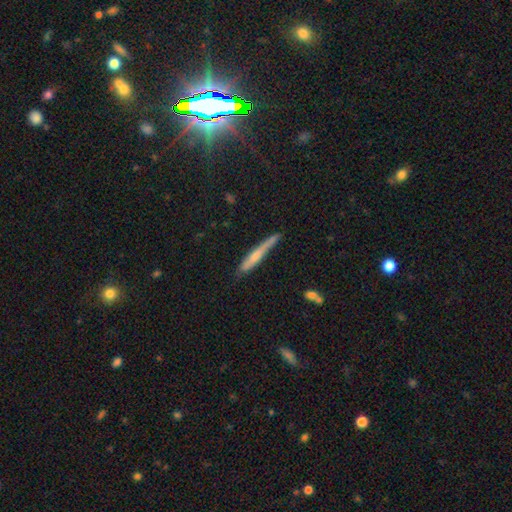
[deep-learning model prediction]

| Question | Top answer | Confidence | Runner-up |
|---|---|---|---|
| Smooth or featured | smooth | 54% | featured or disk (38%) |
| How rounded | cigar-shaped | 94% | in between (4%) |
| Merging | none | 66% | minor disturbance (24%) |